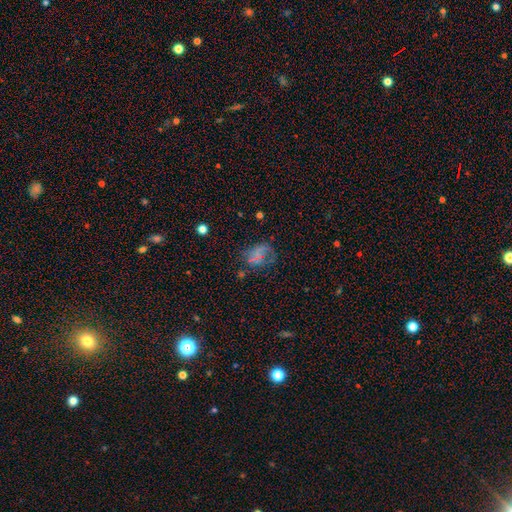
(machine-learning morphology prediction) smooth-or-featured: smooth: 41% | featured or disk: 37% | star or artifact: 22%
  merging: none: 42% | major disturbance: 30% | minor disturbance: 23% | merger: 6%